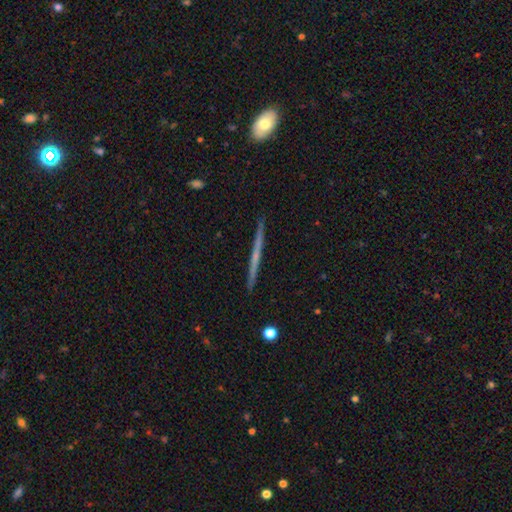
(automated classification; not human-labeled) smooth_or_featured: featured or disk (p=0.64) [alt: smooth p=0.30]
disk_edge_on: yes (p=0.98) [alt: no p=0.02]
edge_on_bulge: none (p=0.80) [alt: rounded p=0.16]
merging: none (p=0.92) [alt: minor disturbance p=0.06]